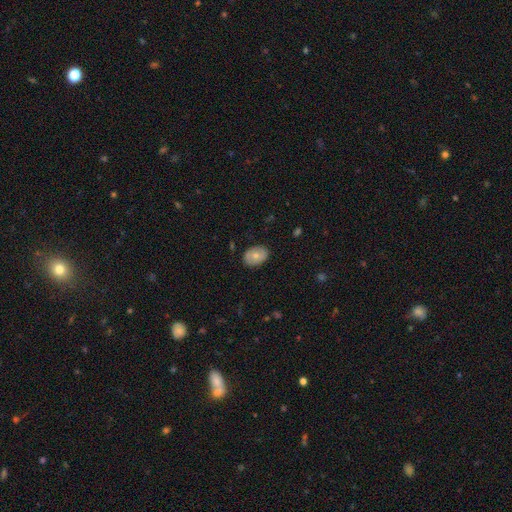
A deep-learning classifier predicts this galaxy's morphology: The model was most divided on "smooth or featured": smooth: 70%, featured or disk: 23%, star or artifact: 7%. More confident: merging — none (86%); how rounded — in between (78%).